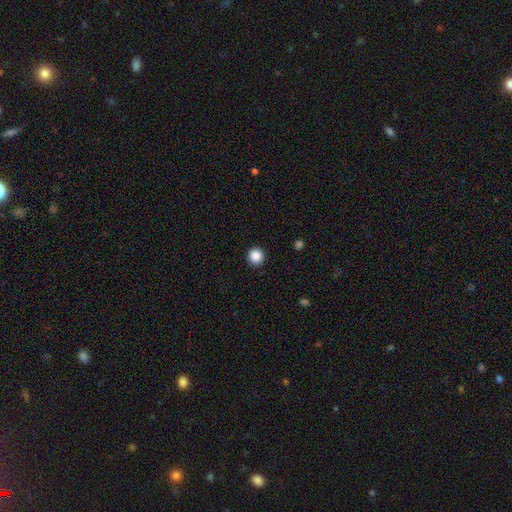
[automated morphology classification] This is clearly a smooth galaxy (87%). How rounded: clearly round (95%). Merging: clearly none (93%).